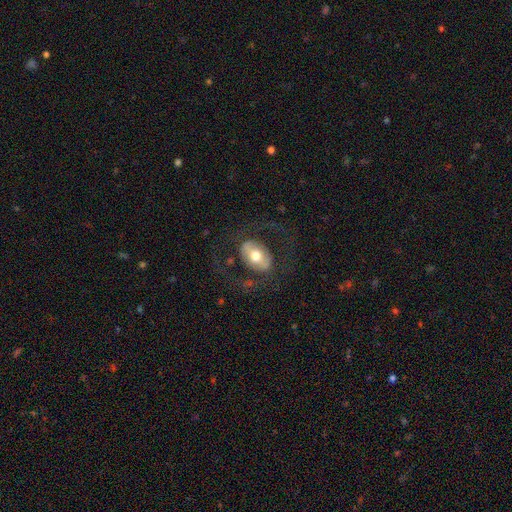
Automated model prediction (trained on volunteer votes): A featured or disk galaxy (56%) with no bar (37%), no spiral arms (55%) and a moderate central bulge (65%).

Vote fractions:
- Smooth or featured? featured or disk: 56% / smooth: 38% / star or artifact: 6%
- Edge-on disk? no: 92% / yes: 8%
- Bar? no: 37% / strong: 33% / weak: 30%
- Spiral arms? no: 55% / yes: 45%
- Bulge size? moderate: 65% / large: 23% / small: 8% / dominant: 3% / none: 1%
- Merging? none: 69% / major disturbance: 17% / minor disturbance: 12% / merger: 1%